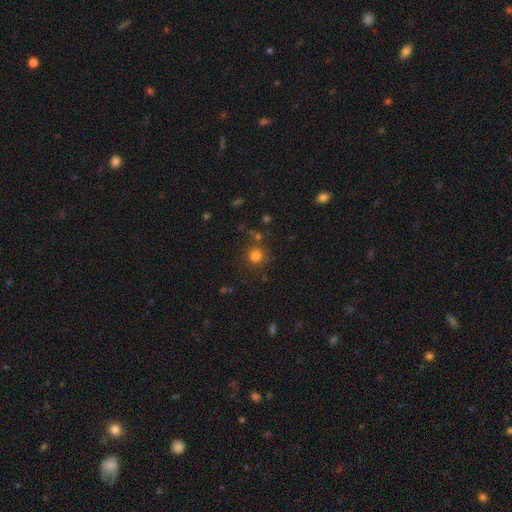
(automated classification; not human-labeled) smooth-or-featured: smooth: 80% | star or artifact: 15% | featured or disk: 6%
  how-rounded: round: 92% | in between: 7% | cigar-shaped: 1%
  merging: none: 79% | minor disturbance: 10% | merger: 6% | major disturbance: 4%